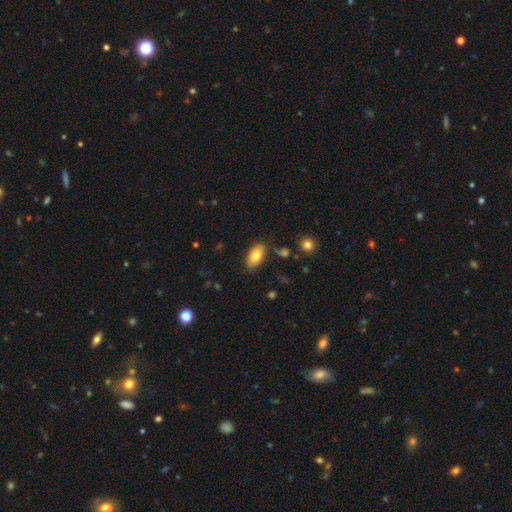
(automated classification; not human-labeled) This is likely a smooth galaxy (78%). How rounded: clearly in between (92%). Merging: clearly none (81%).